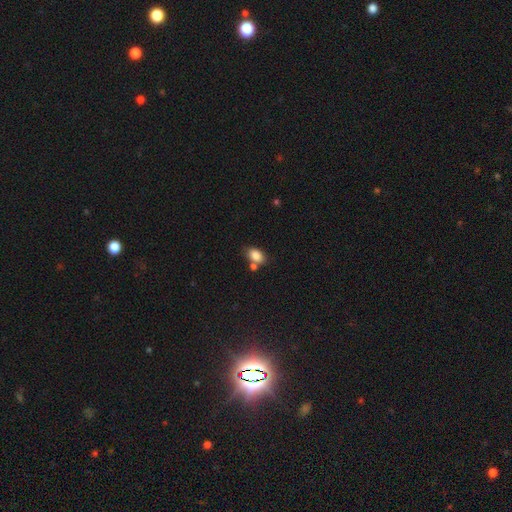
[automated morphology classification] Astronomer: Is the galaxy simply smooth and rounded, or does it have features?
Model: smooth — 85%.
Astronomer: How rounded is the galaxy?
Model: in between — 85%.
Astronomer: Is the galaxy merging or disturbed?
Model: none — 58%.